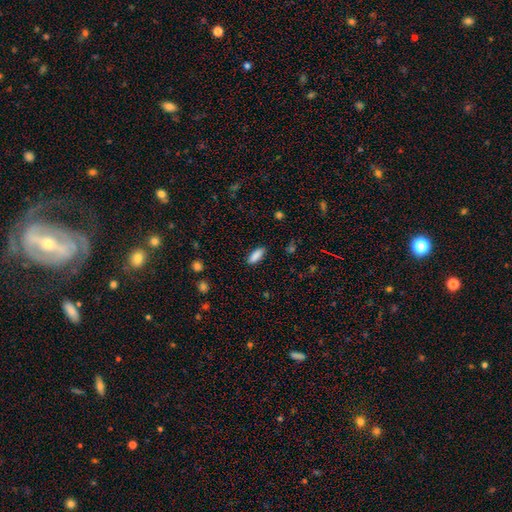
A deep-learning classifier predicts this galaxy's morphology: Smooth or featured? Predicted: smooth (p=0.88). How rounded? Predicted: in between (p=0.71). Merging? Predicted: none (p=0.84).